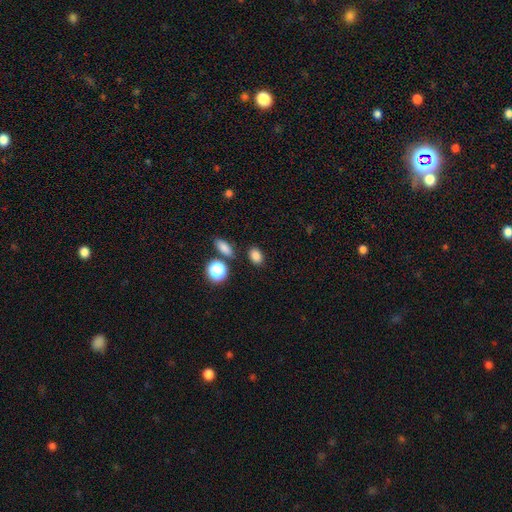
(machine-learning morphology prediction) Overall: smooth (82%). How rounded: in between (71%). Merging: none (83%).